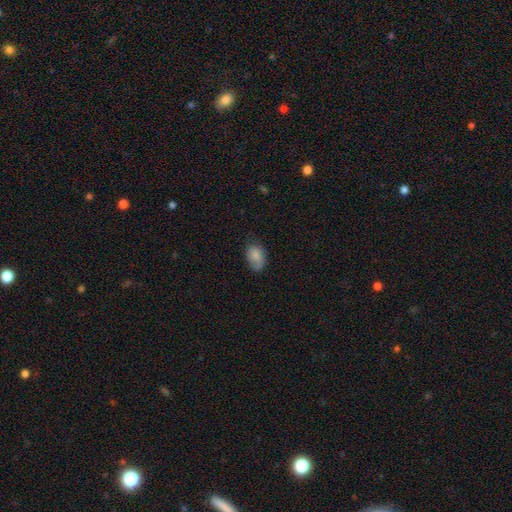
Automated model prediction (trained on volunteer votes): The model was most divided on "merging": none: 59%, minor disturbance: 30%, major disturbance: 9%, merger: 2%. More confident: how rounded — in between (87%); smooth or featured — smooth (81%).